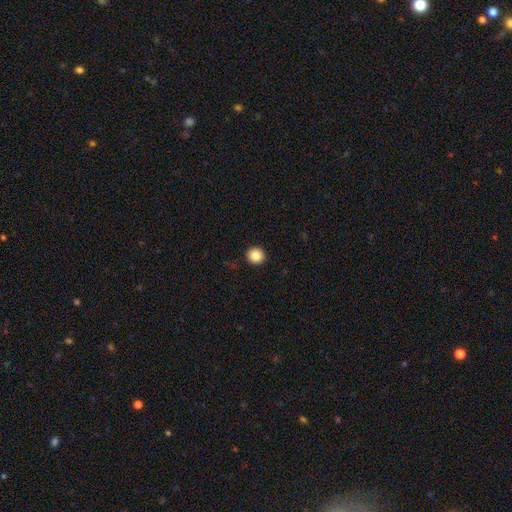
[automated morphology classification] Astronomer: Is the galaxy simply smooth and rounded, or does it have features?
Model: smooth — 87%.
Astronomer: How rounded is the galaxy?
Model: round — 90%.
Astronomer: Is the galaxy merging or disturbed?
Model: none — 93%.